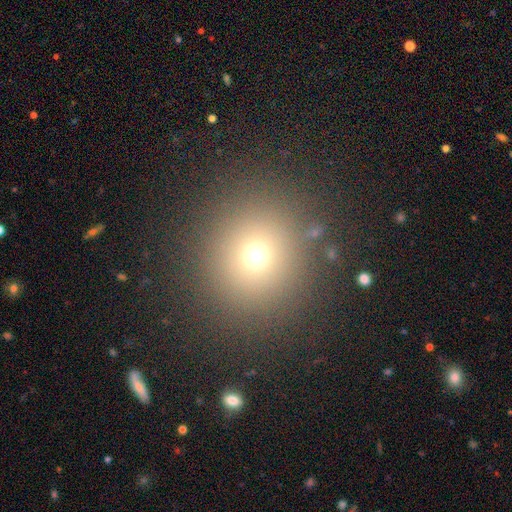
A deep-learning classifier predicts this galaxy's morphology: smooth_or_featured: smooth (p=0.68) [alt: star or artifact p=0.23]
how_rounded: round (p=0.91) [alt: in between p=0.08]
merging: none (p=0.89) [alt: minor disturbance p=0.06]